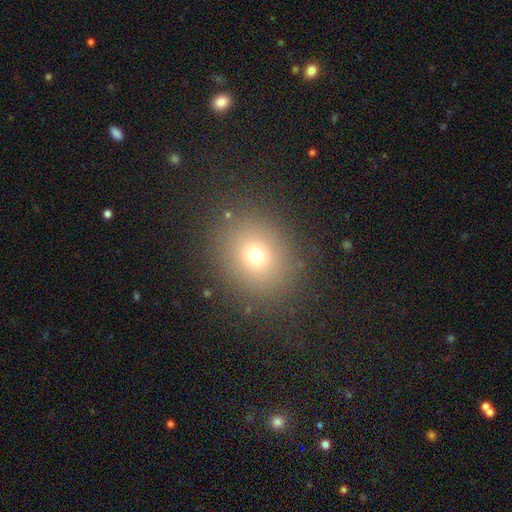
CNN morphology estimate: Smooth or featured?
  - smooth: 70% *
  - star or artifact: 19%
  - featured or disk: 11%
How rounded?
  - round: 69% *
  - in between: 30%
  - cigar-shaped: 1%
Merging?
  - none: 85% *
  - minor disturbance: 9%
  - major disturbance: 5%
  - merger: 2%